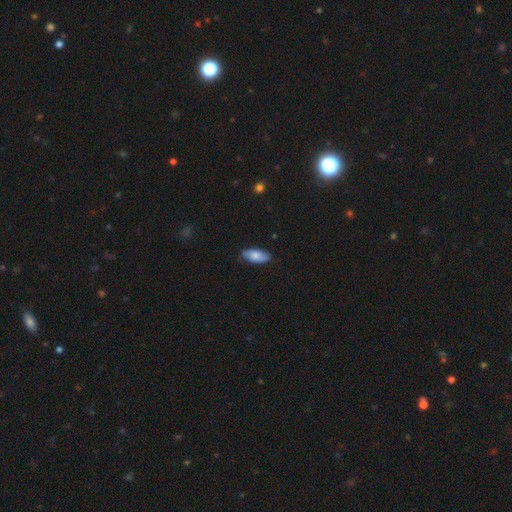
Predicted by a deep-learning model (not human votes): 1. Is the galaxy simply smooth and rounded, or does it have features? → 71% smooth, 23% featured or disk, 6% star or artifact.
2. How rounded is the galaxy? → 88% in between, 9% cigar-shaped, 2% round.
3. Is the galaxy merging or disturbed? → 78% none, 18% minor disturbance, 3% major disturbance, 1% merger.